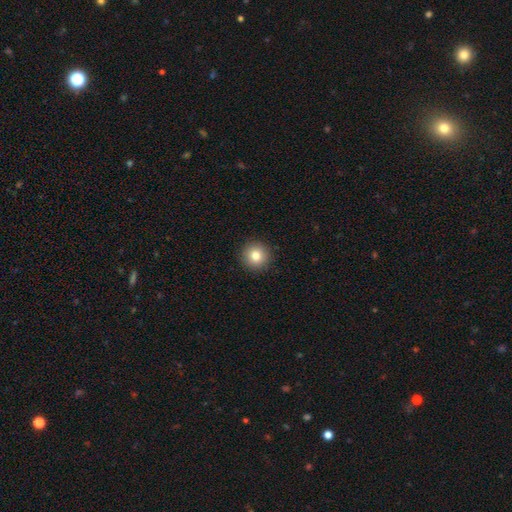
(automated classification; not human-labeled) Morphology: type=smooth (81%); roundness=round (95%); merging=none (93%).